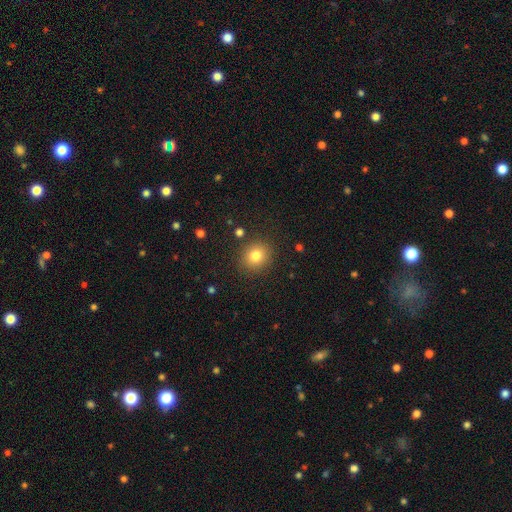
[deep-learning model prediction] Q: Smooth or featured?
A: smooth (80%); runner-up: star or artifact (12%)
Q: How rounded?
A: round (81%); runner-up: in between (18%)
Q: Merging?
A: none (88%); runner-up: minor disturbance (8%)